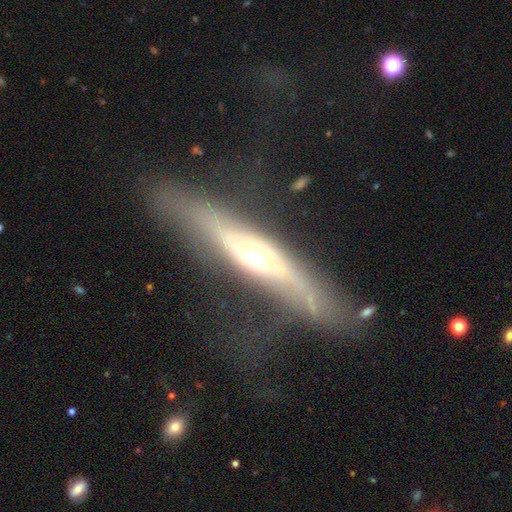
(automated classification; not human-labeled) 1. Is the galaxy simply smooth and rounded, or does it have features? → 73% featured or disk, 20% smooth, 7% star or artifact.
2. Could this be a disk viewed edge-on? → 67% yes, 33% no.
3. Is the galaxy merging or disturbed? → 63% none, 19% minor disturbance, 15% major disturbance, 3% merger.